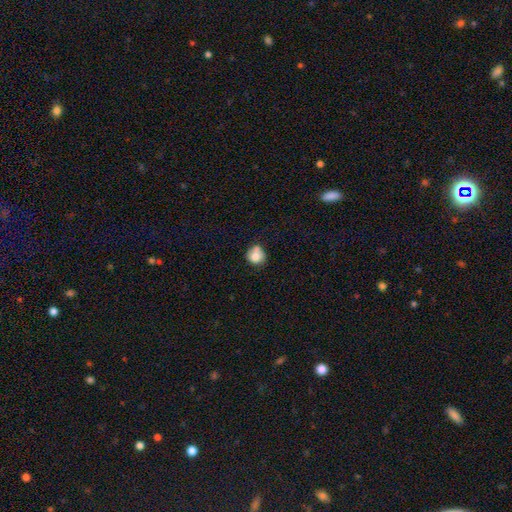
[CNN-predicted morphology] A smooth galaxy with no disk features (78%) that is round (80%).

Vote fractions:
- Smooth or featured? smooth: 78% / featured or disk: 13% / star or artifact: 10%
- How rounded? round: 80% / in between: 19% / cigar-shaped: 1%
- Merging? none: 48% / minor disturbance: 23% / merger: 22% / major disturbance: 7%